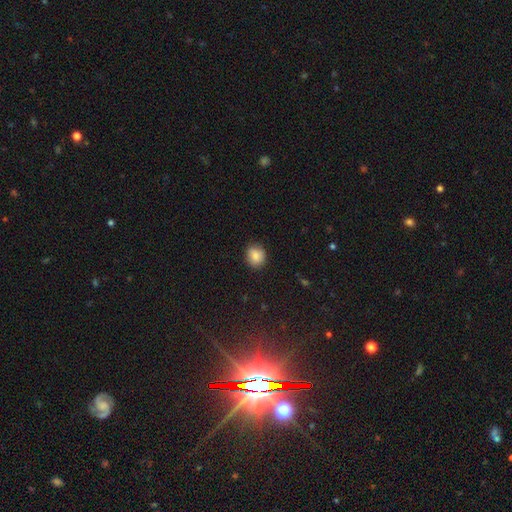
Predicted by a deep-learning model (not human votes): Q: Smooth or featured?
A: smooth (85%); runner-up: star or artifact (9%)
Q: How rounded?
A: round (71%); runner-up: in between (28%)
Q: Merging?
A: none (84%); runner-up: minor disturbance (12%)